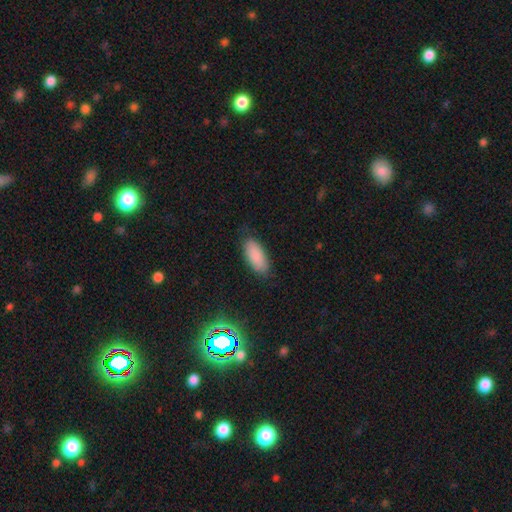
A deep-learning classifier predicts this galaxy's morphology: Smooth or featured: smooth — 86% (star or artifact — 8%)
How rounded: in between — 85% (cigar-shaped — 13%)
Merging: none — 83% (minor disturbance — 13%)